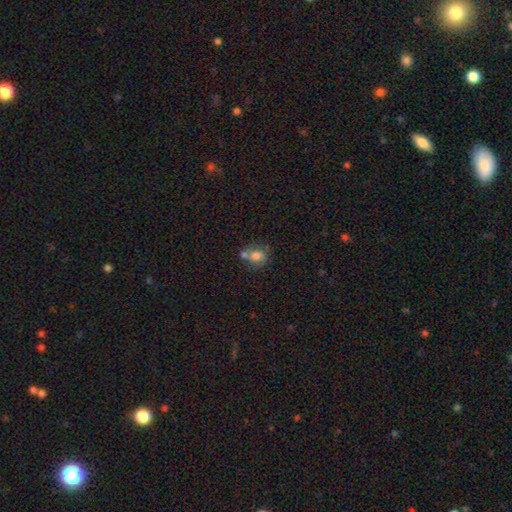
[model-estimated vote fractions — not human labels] Morphology: type=smooth (69%); roundness=in between (62%); merging=merger (39%).